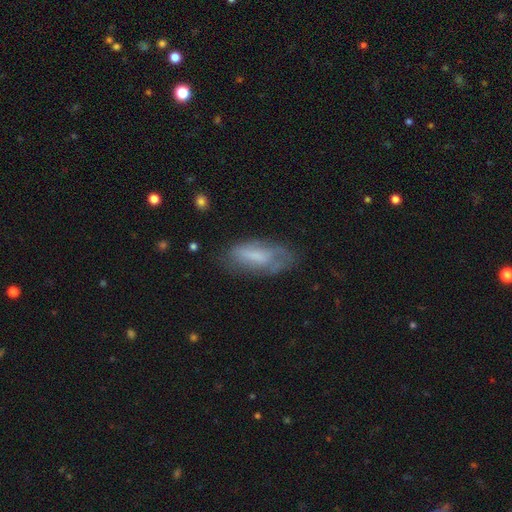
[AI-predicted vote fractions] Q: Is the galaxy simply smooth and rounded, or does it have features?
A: smooth — 56%.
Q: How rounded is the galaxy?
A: in between — 77%.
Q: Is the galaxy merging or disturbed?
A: none — 55%.